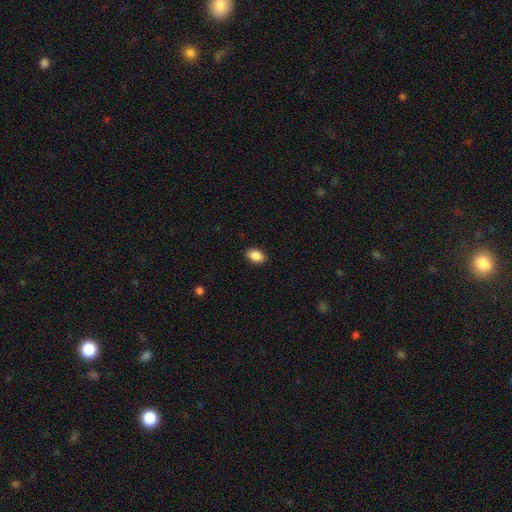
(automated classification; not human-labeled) This is clearly a smooth galaxy (89%). How rounded: clearly in between (87%). Merging: clearly none (88%).